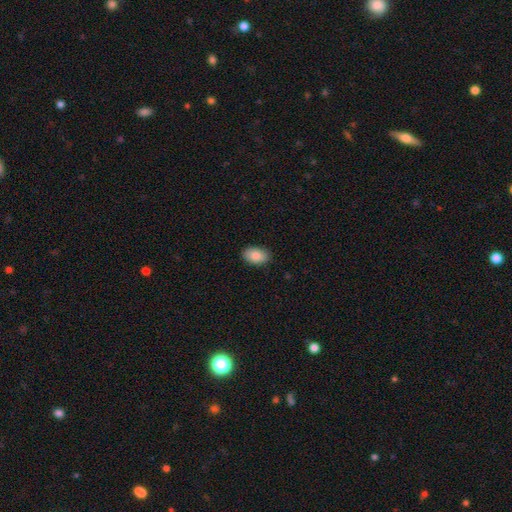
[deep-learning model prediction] Morphology: type=smooth (87%); roundness=in between (89%); merging=none (88%).